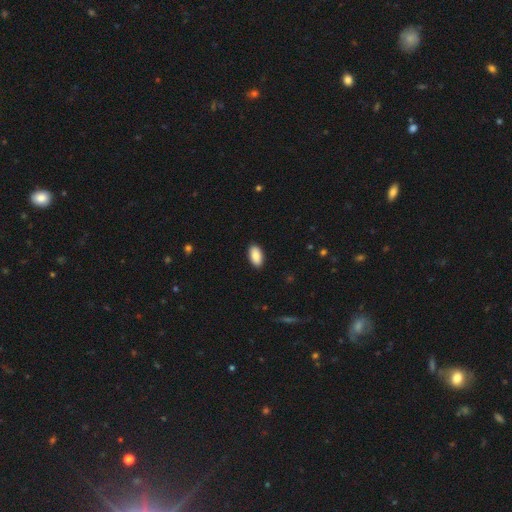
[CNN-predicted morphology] A smooth galaxy with no disk features (89%) that is in between round and cigar-shaped (95%). Merging: none (90%).